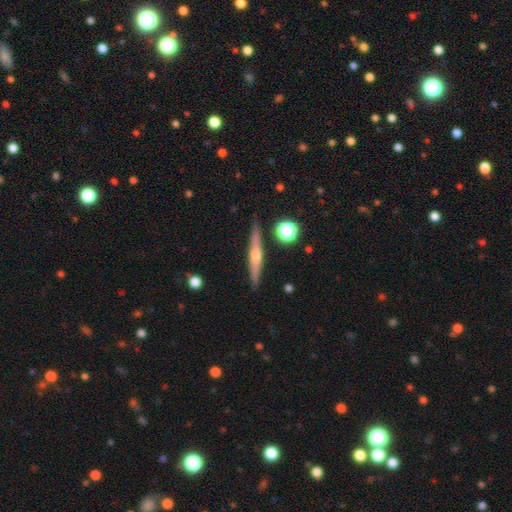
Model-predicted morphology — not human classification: Q: Smooth or featured?
A: featured or disk (68%); runner-up: smooth (25%)
Q: Edge-on disk?
A: yes (97%); runner-up: no (3%)
Q: Edge-on bulge?
A: rounded (89%); runner-up: none (6%)
Q: Merging?
A: none (88%); runner-up: minor disturbance (8%)